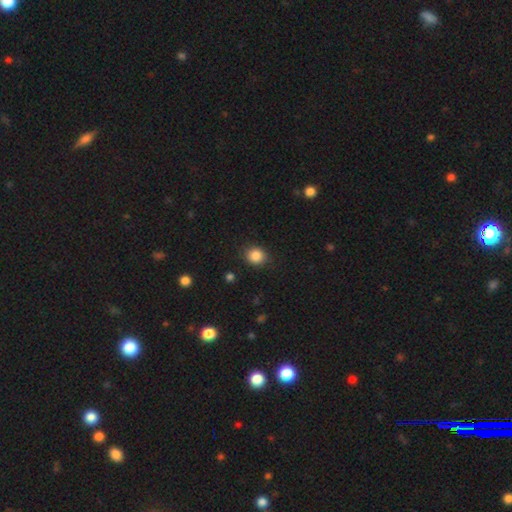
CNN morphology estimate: smooth-or-featured: smooth: 86% | star or artifact: 10% | featured or disk: 4%
  how-rounded: round: 80% | in between: 20% | cigar-shaped: 1%
  merging: none: 87% | minor disturbance: 9% | major disturbance: 3% | merger: 1%